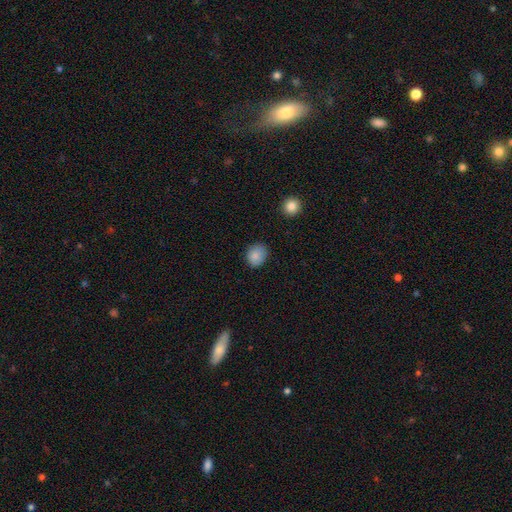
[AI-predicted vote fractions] Overall: smooth (86%). How rounded: round (67%; in between 32%). Merging: none (81%).